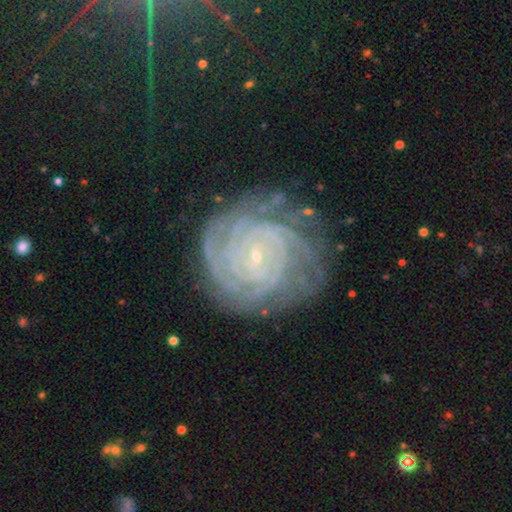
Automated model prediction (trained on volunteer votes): Q: Smooth or featured?
A: featured or disk (87%); runner-up: star or artifact (7%)
Q: Edge-on disk?
A: no (97%); runner-up: yes (3%)
Q: Bar?
A: no (68%); runner-up: weak (21%)
Q: Spiral arms?
A: yes (98%); runner-up: no (2%)
Q: Spiral winding?
A: tight (88%); runner-up: medium (10%)
Q: Spiral arm count?
A: 4 (24%); runner-up: can't tell (22%)
Q: Bulge size?
A: small (90%); runner-up: moderate (6%)
Q: Merging?
A: none (75%); runner-up: minor disturbance (17%)